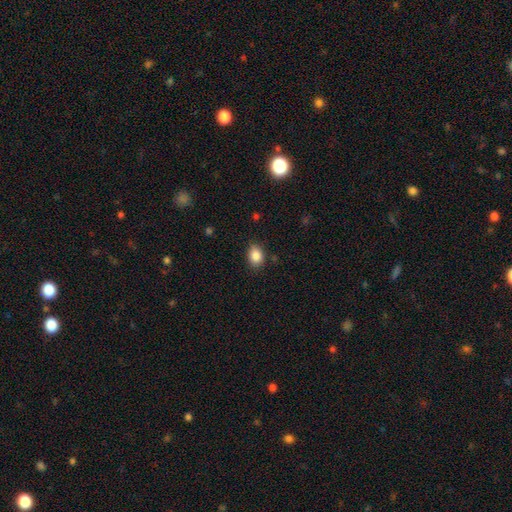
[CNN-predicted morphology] type=smooth (87%); roundness=in between (68%); merging=none (81%).